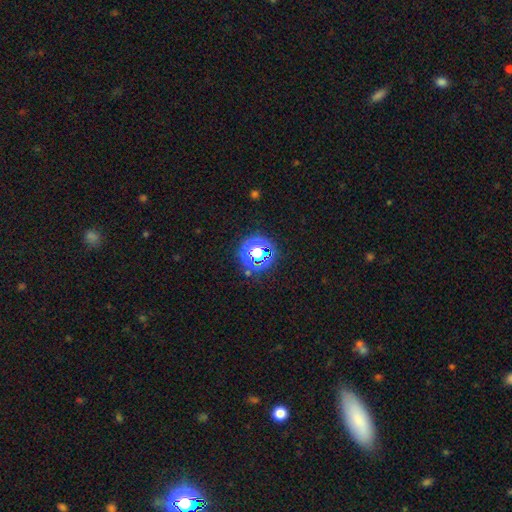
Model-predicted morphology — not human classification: Smooth or featured? Predicted: star or artifact (p=0.65).